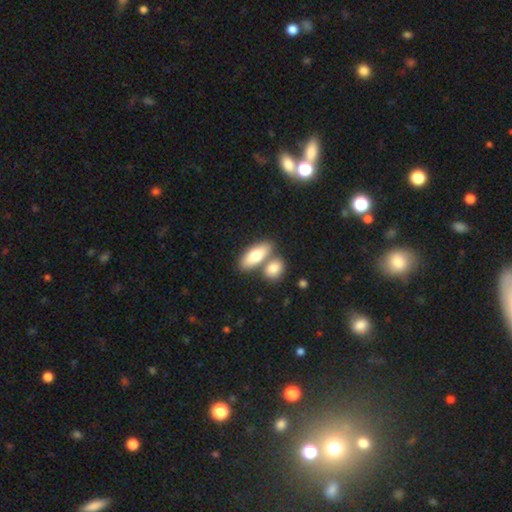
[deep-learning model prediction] A smooth galaxy with no disk features (74%) that is in between round and cigar-shaped (78%).

Vote fractions:
- Smooth or featured? smooth: 74% / featured or disk: 20% / star or artifact: 6%
- How rounded? in between: 78% / cigar-shaped: 17% / round: 5%
- Merging? none: 48% / merger: 41% / minor disturbance: 9% / major disturbance: 3%